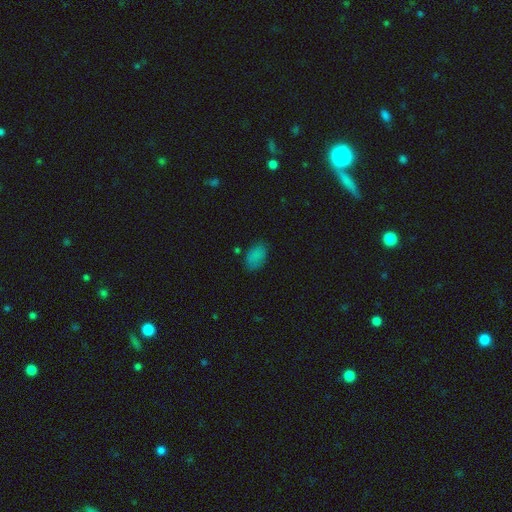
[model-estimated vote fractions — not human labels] smooth-or-featured: smooth: 83% | star or artifact: 11% | featured or disk: 6%
  how-rounded: in between: 92% | round: 6% | cigar-shaped: 2%
  merging: none: 76% | minor disturbance: 17% | major disturbance: 4% | merger: 2%